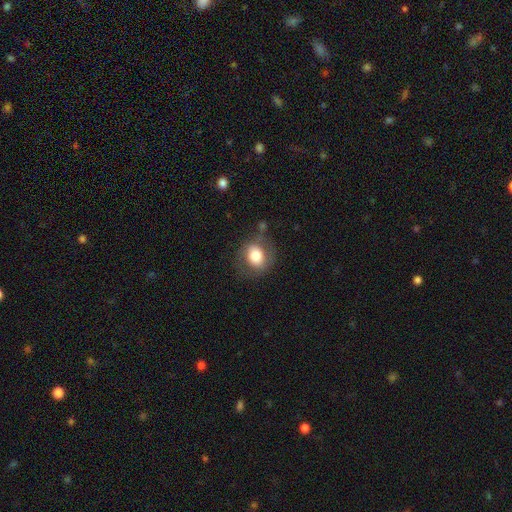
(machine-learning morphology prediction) The model was most divided on "how rounded": round: 63%, in between: 36%, cigar-shaped: 1%. More confident: smooth or featured — smooth (71%); merging — none (69%).